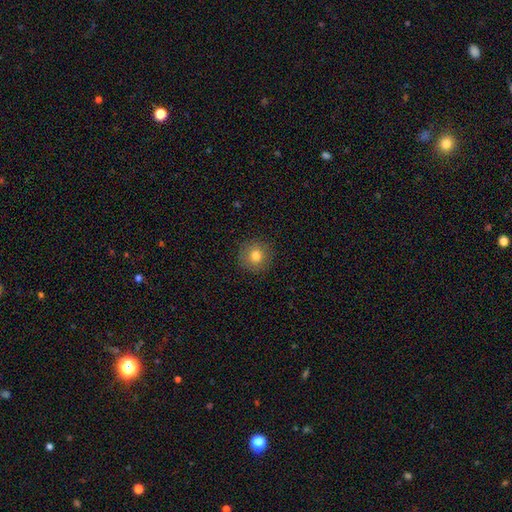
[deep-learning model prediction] smooth 79%, star or artifact 11%, featured or disk 10%. Down the decision tree: how rounded — round (94%); merging — none (90%).